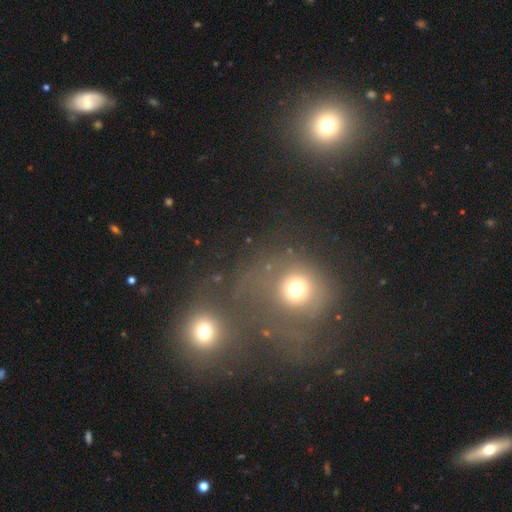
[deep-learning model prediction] This is possibly a smooth galaxy (50%). Merging: marginally merger (44%).